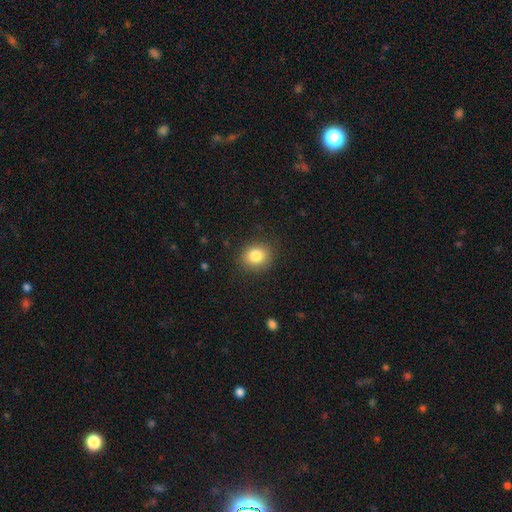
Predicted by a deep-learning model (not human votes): A smooth galaxy with no disk features (83%) that is round (70%).

Vote fractions:
- Smooth or featured? smooth: 83% / star or artifact: 10% / featured or disk: 7%
- How rounded? round: 70% / in between: 29% / cigar-shaped: 1%
- Merging? none: 88% / minor disturbance: 9% / major disturbance: 3% / merger: 1%